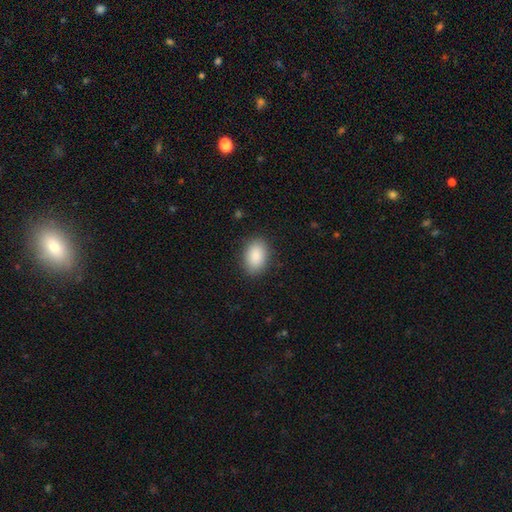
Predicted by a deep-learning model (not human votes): Smooth or featured? Predicted: smooth (p=0.89). How rounded? Predicted: in between (p=0.87). Merging? Predicted: none (p=0.87).